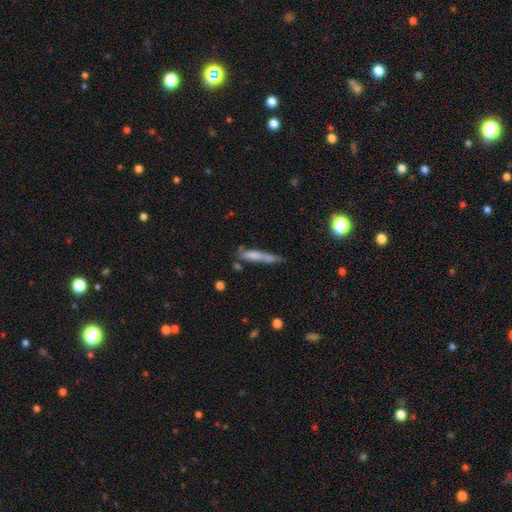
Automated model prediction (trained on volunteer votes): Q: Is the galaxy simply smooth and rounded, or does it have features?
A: smooth — 62%.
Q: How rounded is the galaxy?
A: cigar-shaped — 91%.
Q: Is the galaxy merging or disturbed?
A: none — 54%.